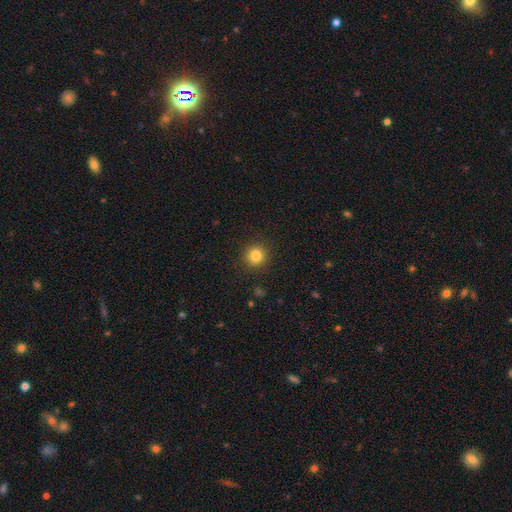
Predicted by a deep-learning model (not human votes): Q: Smooth or featured?
A: smooth (84%); runner-up: star or artifact (12%)
Q: How rounded?
A: round (92%); runner-up: in between (7%)
Q: Merging?
A: none (91%); runner-up: minor disturbance (6%)